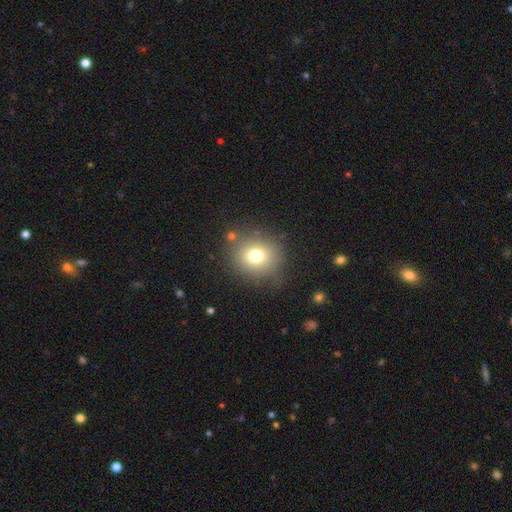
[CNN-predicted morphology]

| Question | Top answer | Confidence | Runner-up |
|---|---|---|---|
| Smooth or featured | smooth | 73% | star or artifact (14%) |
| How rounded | round | 82% | in between (18%) |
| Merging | none | 77% | minor disturbance (13%) |